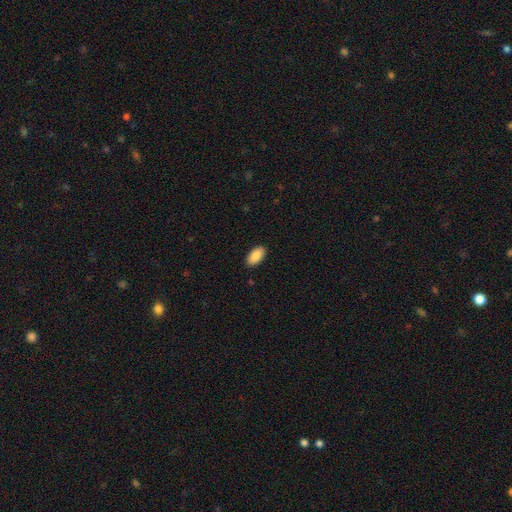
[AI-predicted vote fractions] A smooth galaxy with no disk features (89%) that is in between round and cigar-shaped (95%).

Vote fractions:
- Smooth or featured? smooth: 89% / star or artifact: 6% / featured or disk: 5%
- How rounded? in between: 95% / cigar-shaped: 3% / round: 2%
- Merging? none: 89% / minor disturbance: 8% / major disturbance: 2% / merger: 1%